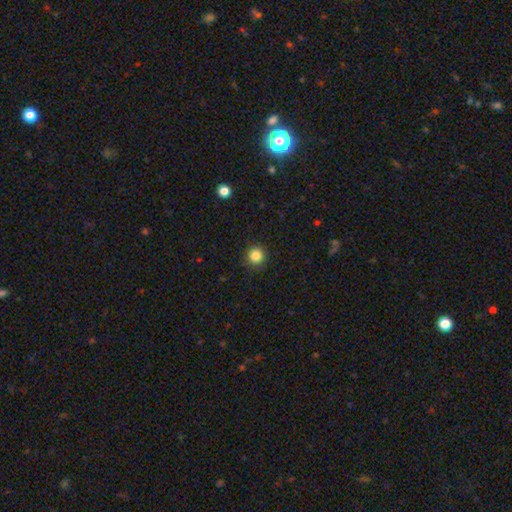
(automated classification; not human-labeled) smooth 85%, star or artifact 11%, featured or disk 4%. Down the decision tree: how rounded — round (94%); merging — none (91%).